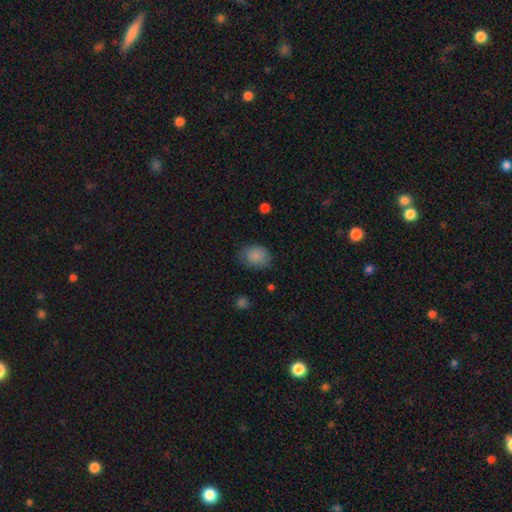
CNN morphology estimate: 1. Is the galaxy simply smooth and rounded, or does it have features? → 85% smooth, 8% star or artifact, 6% featured or disk.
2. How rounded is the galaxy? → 56% in between, 43% round, 1% cigar-shaped.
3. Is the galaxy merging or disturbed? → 70% none, 23% minor disturbance, 6% major disturbance, 1% merger.